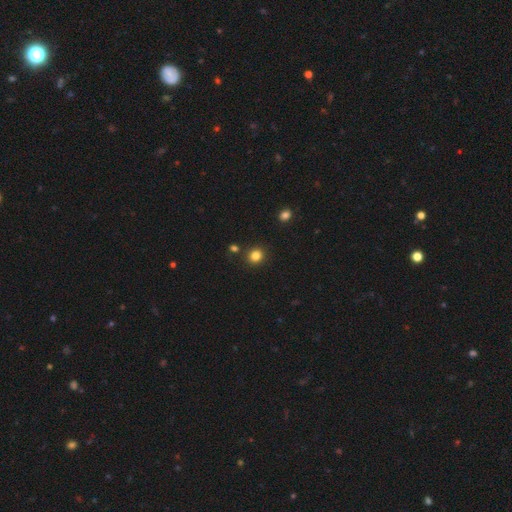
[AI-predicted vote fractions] This is clearly a smooth galaxy (82%). How rounded: clearly round (85%). Merging: clearly none (87%).